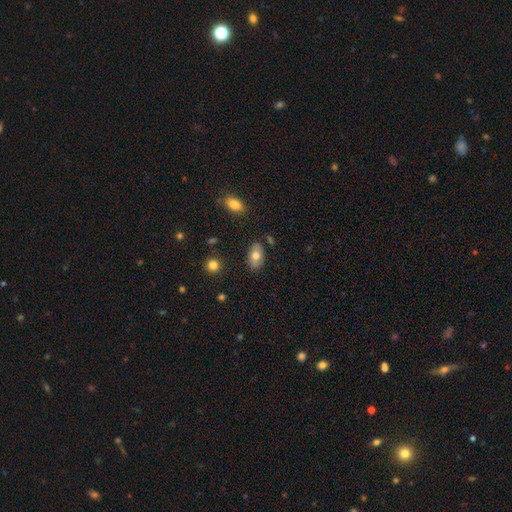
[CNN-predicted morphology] smooth 74%, featured or disk 18%, star or artifact 8%. Down the decision tree: how rounded — in between (91%); merging — none (80%).